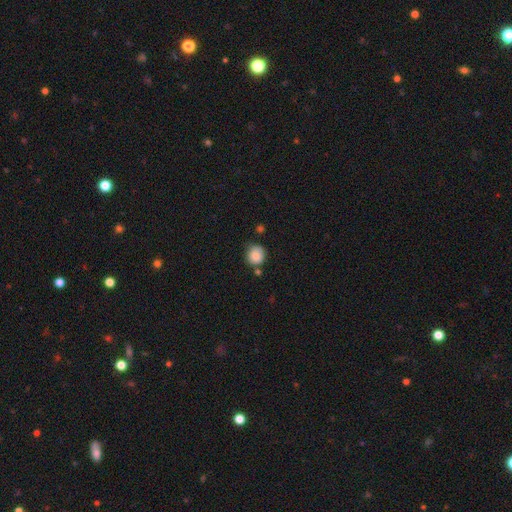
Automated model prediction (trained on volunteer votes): smooth-or-featured: smooth: 83% | featured or disk: 9% | star or artifact: 8%
  how-rounded: round: 88% | in between: 11% | cigar-shaped: 1%
  merging: none: 67% | minor disturbance: 21% | merger: 8% | major disturbance: 4%